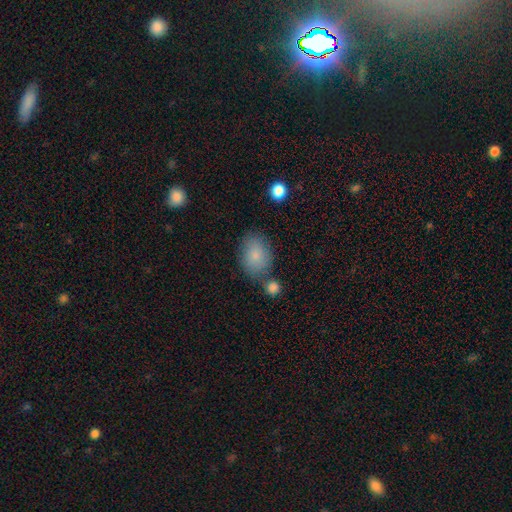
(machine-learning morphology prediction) smooth_or_featured: smooth (p=0.83) [alt: featured or disk p=0.09]
how_rounded: in between (p=0.72) [alt: round p=0.27]
merging: none (p=0.67) [alt: minor disturbance p=0.16]